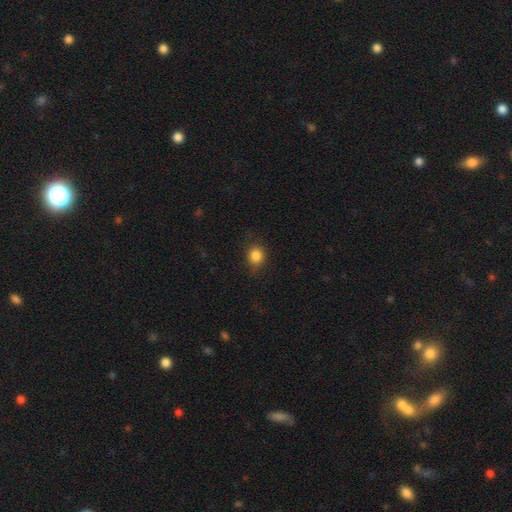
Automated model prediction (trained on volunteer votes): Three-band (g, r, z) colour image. It shows a smooth galaxy with no disk features (85%) that is round (75%). Merging: none (81%).